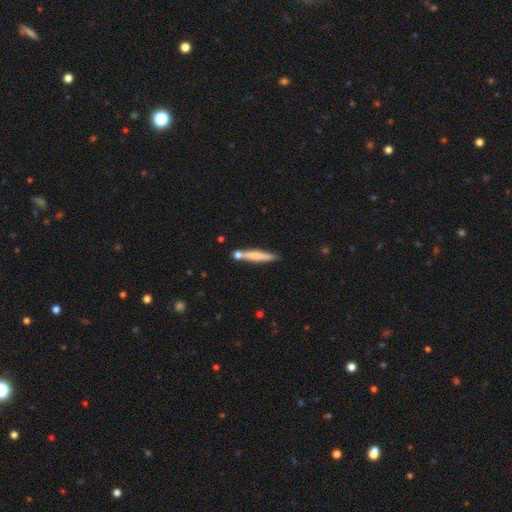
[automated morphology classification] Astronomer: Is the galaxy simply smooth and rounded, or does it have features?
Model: smooth — 63%.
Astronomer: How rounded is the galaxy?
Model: cigar-shaped — 93%.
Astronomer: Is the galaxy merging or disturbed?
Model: none — 70%.